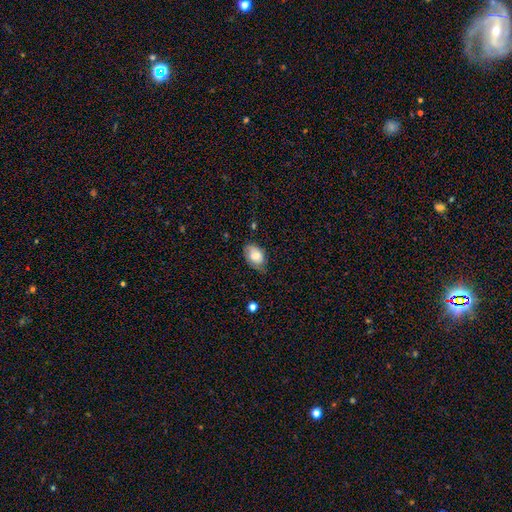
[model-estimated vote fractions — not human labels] Smooth or featured: smooth — 61% (featured or disk — 31%)
How rounded: in between — 87% (round — 12%)
Merging: none — 59% (minor disturbance — 31%)